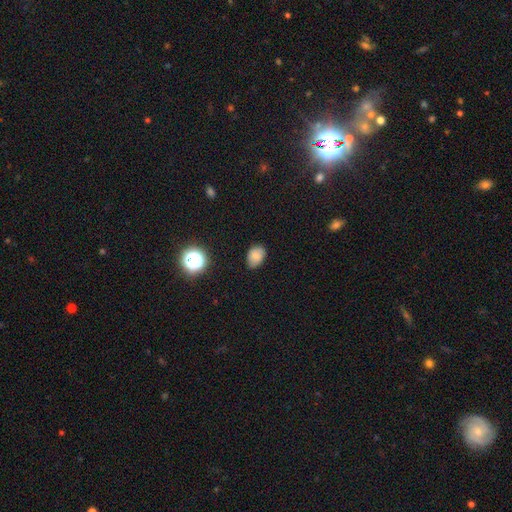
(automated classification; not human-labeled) The model was most divided on "merging": none: 74%, minor disturbance: 21%, major disturbance: 4%, merger: 1%. More confident: smooth or featured — smooth (78%); how rounded — in between (76%).